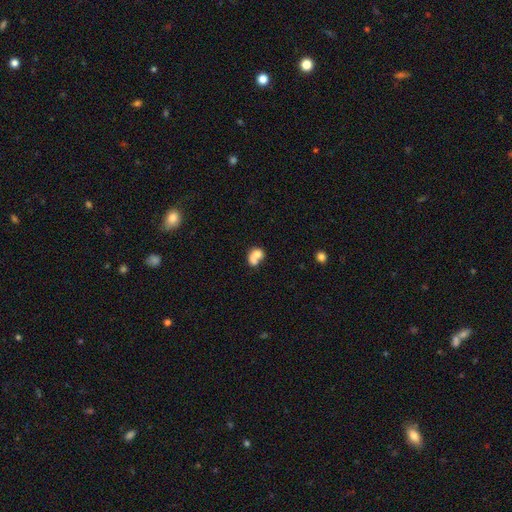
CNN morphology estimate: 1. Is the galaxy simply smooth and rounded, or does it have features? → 69% smooth, 22% featured or disk, 9% star or artifact.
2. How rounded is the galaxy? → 52% round, 47% in between, 1% cigar-shaped.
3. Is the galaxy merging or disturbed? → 68% merger, 19% none, 7% minor disturbance, 6% major disturbance.